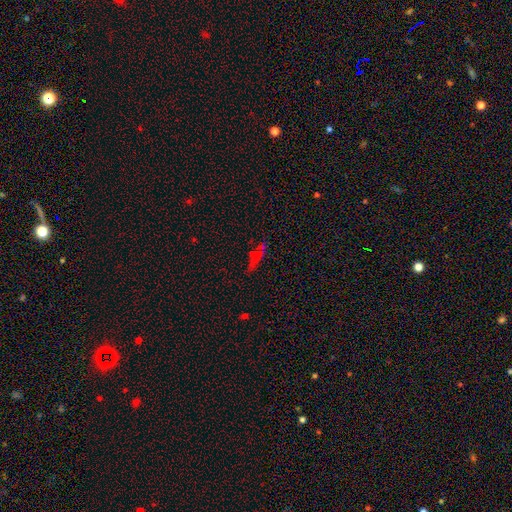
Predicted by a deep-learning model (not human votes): Morphology: type=smooth (44%); merging=none (68%).